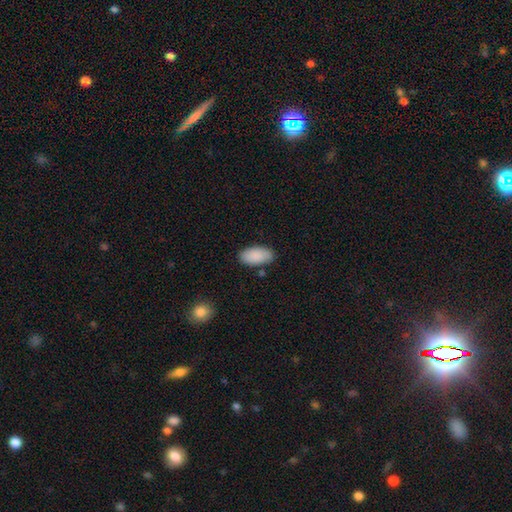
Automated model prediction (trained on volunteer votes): Smooth or featured? smooth (90%)
How rounded? in between (95%)
Merging? none (82%)